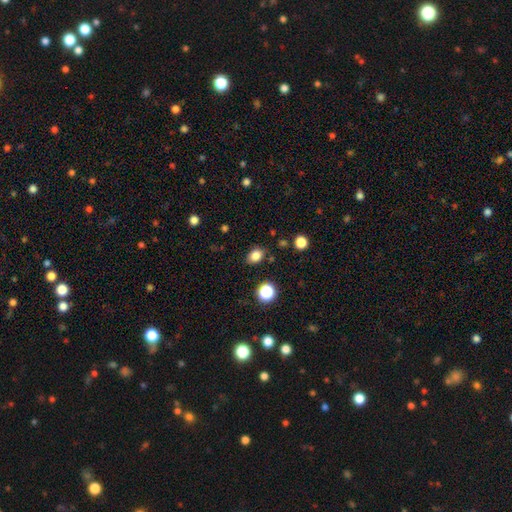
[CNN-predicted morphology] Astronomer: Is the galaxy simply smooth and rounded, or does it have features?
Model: smooth — 83%.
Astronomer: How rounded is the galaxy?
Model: in between — 67%.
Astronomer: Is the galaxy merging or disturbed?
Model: none — 84%.